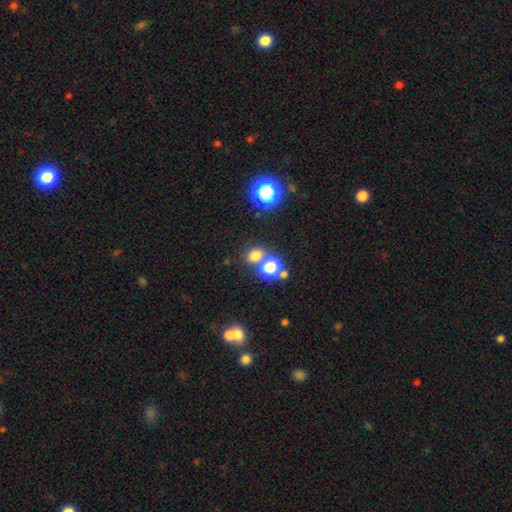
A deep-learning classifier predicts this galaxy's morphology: This appears to be a smooth galaxy with no disk features (70%) that is round (64%). Merging: none (62%).